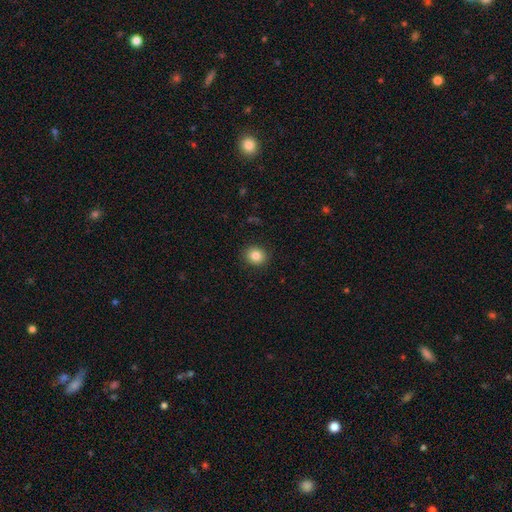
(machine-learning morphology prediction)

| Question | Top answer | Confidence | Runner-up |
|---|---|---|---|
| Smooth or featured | smooth | 83% | star or artifact (10%) |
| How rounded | round | 70% | in between (29%) |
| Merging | none | 90% | minor disturbance (7%) |